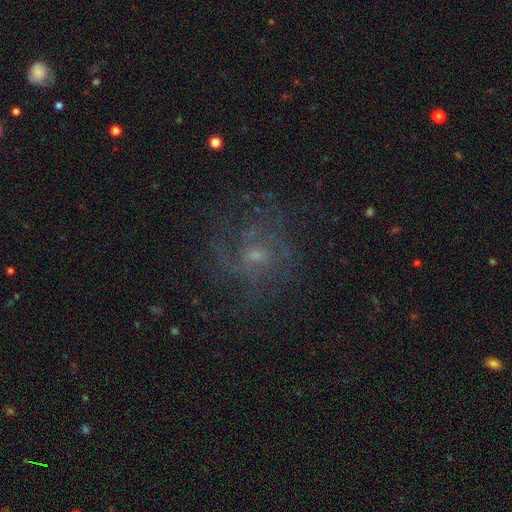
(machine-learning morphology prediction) Overall: featured or disk (69%). Edge-on disk: no (97%). Bar: no (55%; weak 40%). Spiral arms: yes (81%). Spiral arm count: can't tell (43%; 2 20%). Spiral winding: medium (46%; tight 31%). Bulge size: small (58%; moderate 30%). Merging: none (65%).